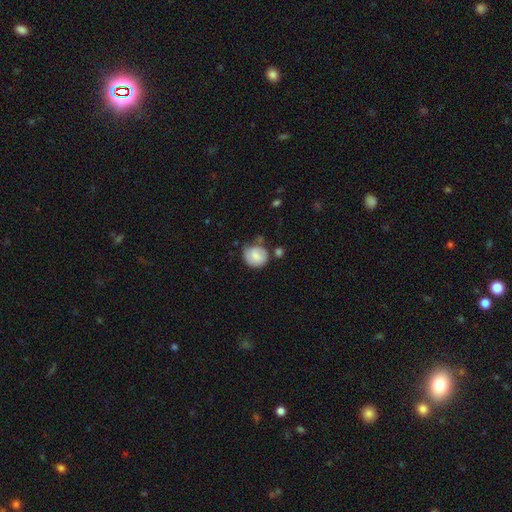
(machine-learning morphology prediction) Smooth or featured: smooth — 76% (featured or disk — 17%)
How rounded: round — 82% (in between — 17%)
Merging: none — 59% (minor disturbance — 25%)